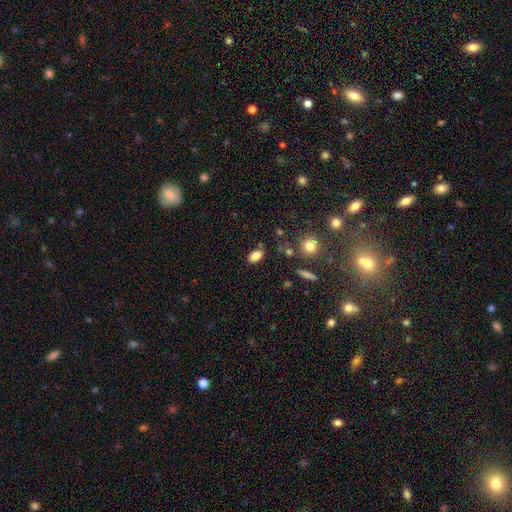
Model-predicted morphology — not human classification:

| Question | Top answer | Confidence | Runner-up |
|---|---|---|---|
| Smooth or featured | smooth | 82% | star or artifact (10%) |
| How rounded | in between | 87% | round (11%) |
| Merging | none | 80% | minor disturbance (12%) |